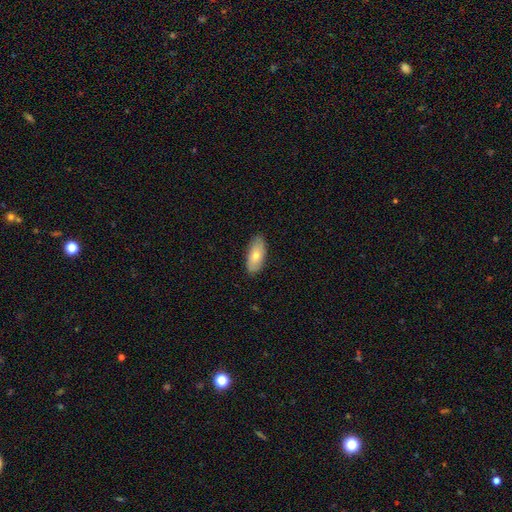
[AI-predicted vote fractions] Smooth or featured: smooth — 68% (featured or disk — 26%)
How rounded: in between — 89% (cigar-shaped — 8%)
Merging: none — 85% (minor disturbance — 12%)